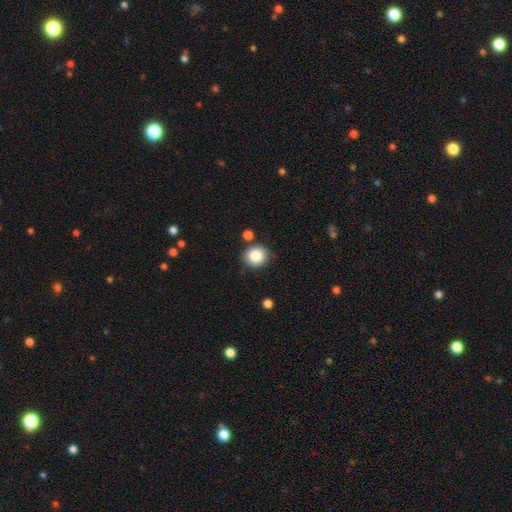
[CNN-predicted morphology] Smooth or featured? Predicted: smooth (p=0.85). How rounded? Predicted: round (p=0.84). Merging? Predicted: none (p=0.83).